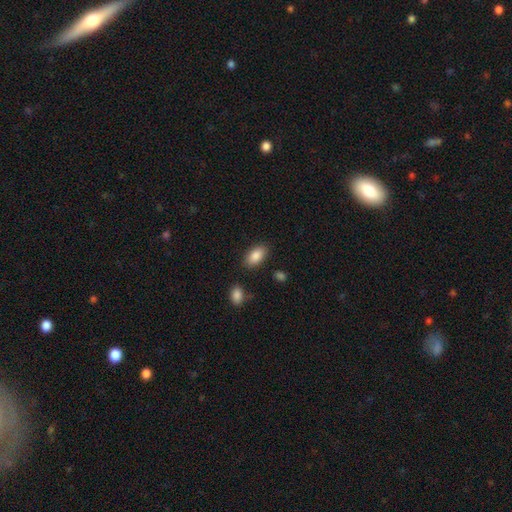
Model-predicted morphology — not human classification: The model was most divided on "merging": none: 84%, minor disturbance: 10%, major disturbance: 3%, merger: 3%. More confident: how rounded — in between (93%); smooth or featured — smooth (88%).